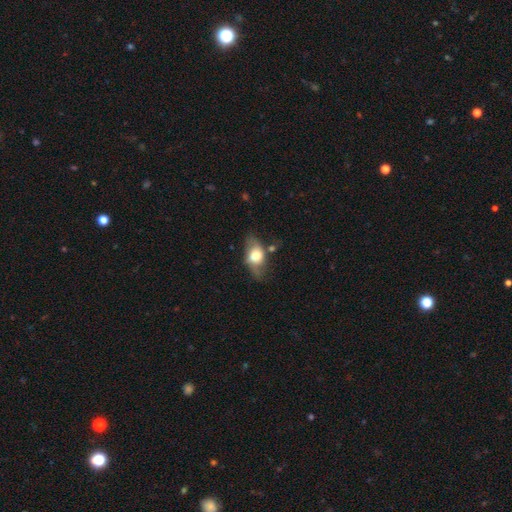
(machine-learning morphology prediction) A smooth galaxy with no disk features (63%) that is in between round and cigar-shaped (81%). Merging: none (55%).